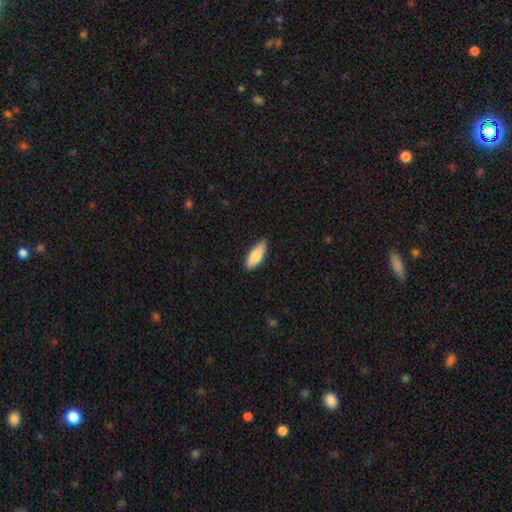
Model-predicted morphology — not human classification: Smooth or featured?
  - smooth: 82% *
  - featured or disk: 12%
  - star or artifact: 6%
How rounded?
  - in between: 67% *
  - cigar-shaped: 31%
  - round: 2%
Merging?
  - none: 83% *
  - minor disturbance: 14%
  - major disturbance: 2%
  - merger: 1%